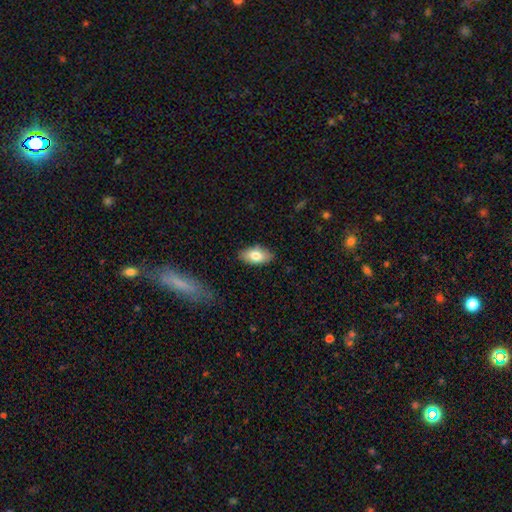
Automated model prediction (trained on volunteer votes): This is likely a smooth galaxy (78%). How rounded: clearly in between (92%). Merging: clearly none (85%).